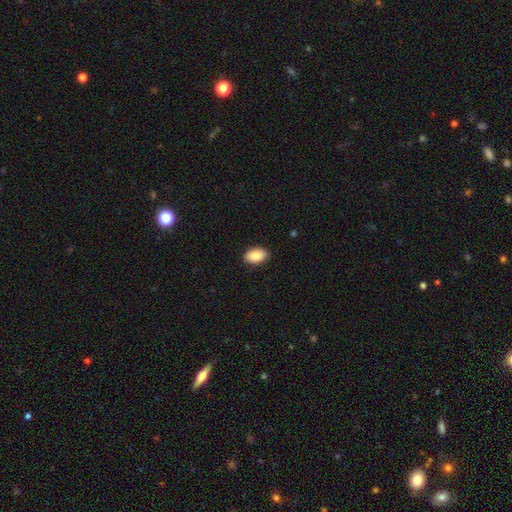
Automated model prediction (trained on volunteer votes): smooth_or_featured: smooth (p=0.89) [alt: star or artifact p=0.06]
how_rounded: in between (p=0.93) [alt: round p=0.06]
merging: none (p=0.89) [alt: minor disturbance p=0.08]